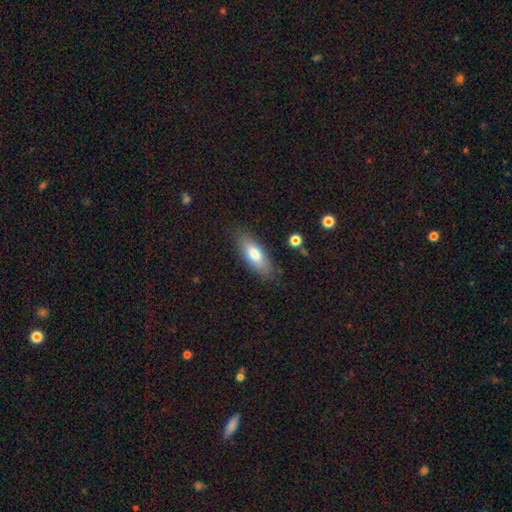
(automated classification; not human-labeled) smooth_or_featured: smooth (p=0.75) [alt: featured or disk p=0.19]
how_rounded: in between (p=0.74) [alt: cigar-shaped p=0.24]
merging: none (p=0.82) [alt: minor disturbance p=0.13]